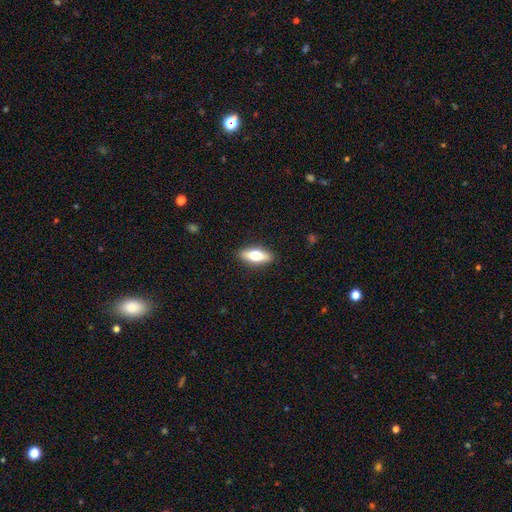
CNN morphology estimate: Smooth or featured?
  - smooth: 65% *
  - featured or disk: 28%
  - star or artifact: 7%
How rounded?
  - in between: 66% *
  - cigar-shaped: 31%
  - round: 3%
Merging?
  - none: 89% *
  - minor disturbance: 8%
  - major disturbance: 2%
  - merger: 1%